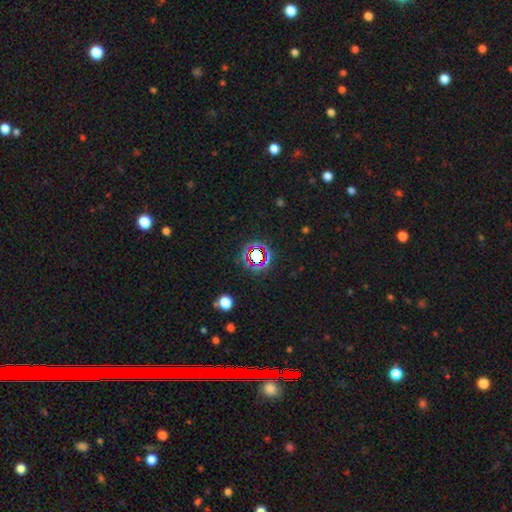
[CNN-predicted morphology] smooth-or-featured: star or artifact: 69% | smooth: 19% | featured or disk: 11%